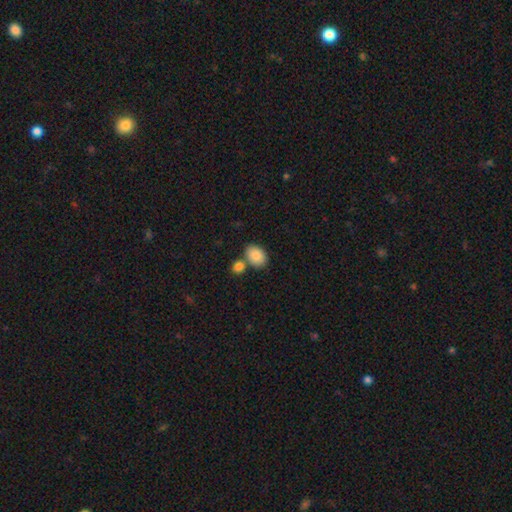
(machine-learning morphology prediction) smooth 87%, star or artifact 7%, featured or disk 6%. Down the decision tree: how rounded — in between (79%); merging — none (61%).